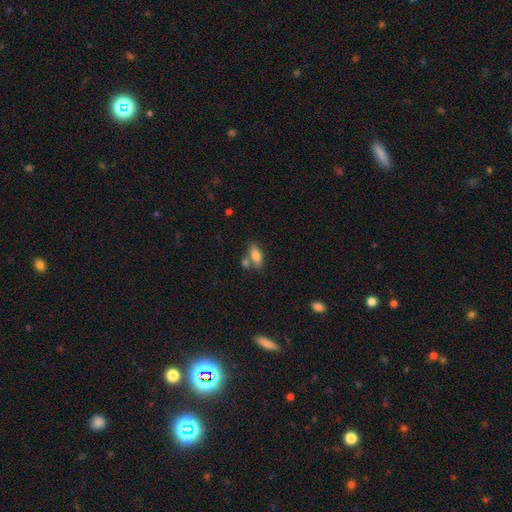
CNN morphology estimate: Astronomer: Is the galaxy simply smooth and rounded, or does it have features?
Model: smooth — 75%.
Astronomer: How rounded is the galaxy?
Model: in between — 78%.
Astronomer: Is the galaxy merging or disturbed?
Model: none — 60%.